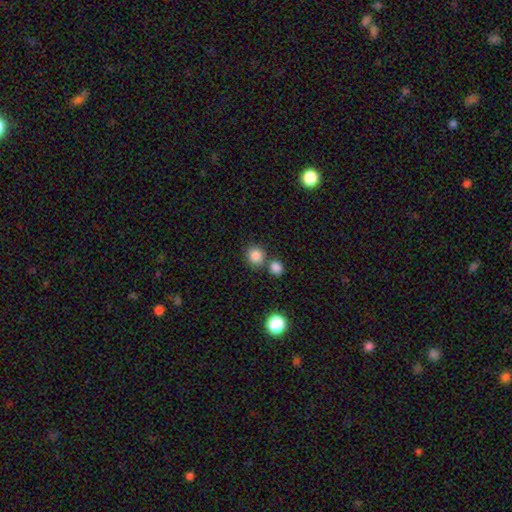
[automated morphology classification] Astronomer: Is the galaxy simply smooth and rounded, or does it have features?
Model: smooth — 84%.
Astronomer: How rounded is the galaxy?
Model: round — 86%.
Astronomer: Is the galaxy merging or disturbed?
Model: none — 68%.